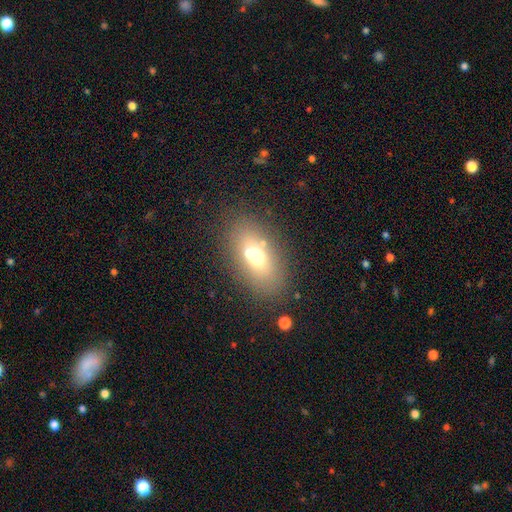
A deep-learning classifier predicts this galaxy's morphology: This appears to be a smooth galaxy with no disk features (63%) that is in between round and cigar-shaped (80%). Merging: none (70%).